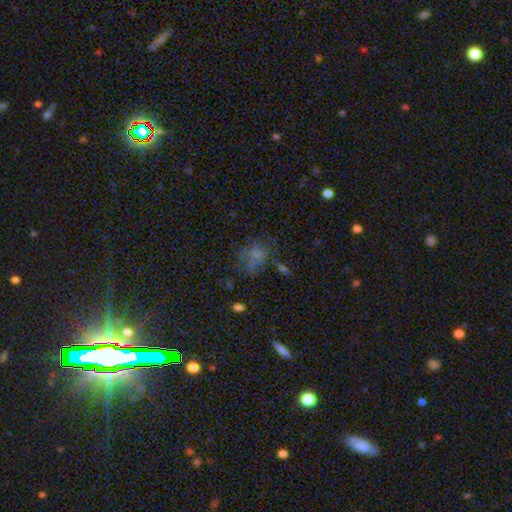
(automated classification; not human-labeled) Q: Smooth or featured?
A: smooth (60%); runner-up: star or artifact (22%)
Q: How rounded?
A: in between (56%); runner-up: round (43%)
Q: Merging?
A: none (46%); runner-up: minor disturbance (23%)